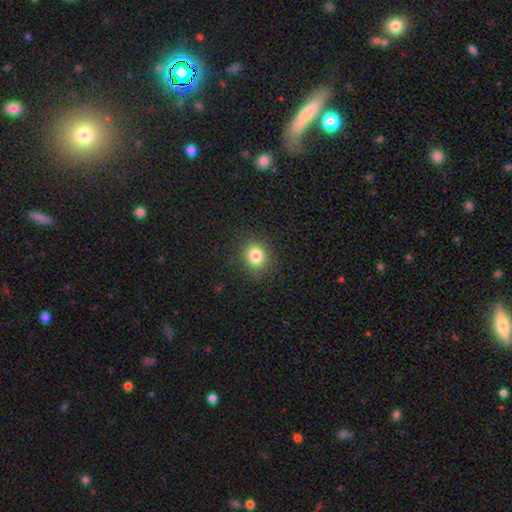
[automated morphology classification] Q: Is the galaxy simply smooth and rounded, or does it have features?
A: smooth — 82%.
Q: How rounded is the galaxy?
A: round — 74%.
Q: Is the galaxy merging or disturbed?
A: none — 86%.